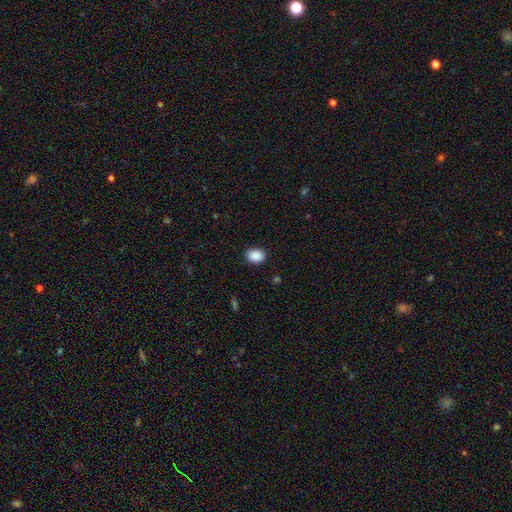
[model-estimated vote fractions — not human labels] Q: Smooth or featured?
A: smooth (89%); runner-up: star or artifact (8%)
Q: How rounded?
A: in between (59%); runner-up: round (40%)
Q: Merging?
A: none (89%); runner-up: minor disturbance (8%)